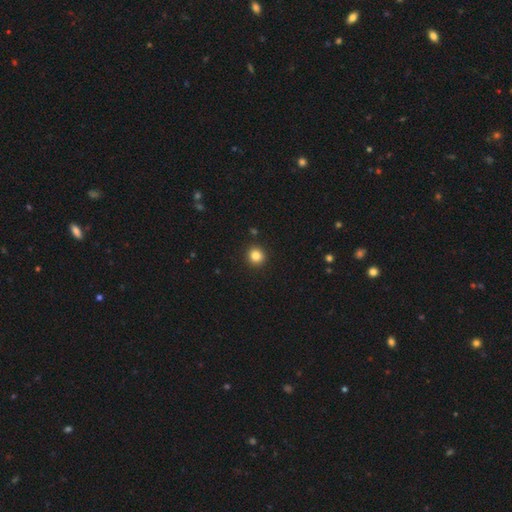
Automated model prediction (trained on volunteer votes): A smooth galaxy with no disk features (84%) that is round (91%). Merging: none (92%).